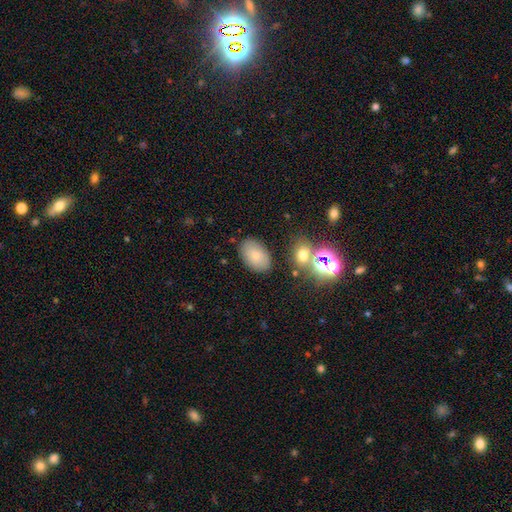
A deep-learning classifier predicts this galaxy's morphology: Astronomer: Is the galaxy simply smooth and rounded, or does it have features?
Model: smooth — 76%.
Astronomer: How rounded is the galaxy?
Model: in between — 89%.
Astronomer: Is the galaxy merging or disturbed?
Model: none — 82%.